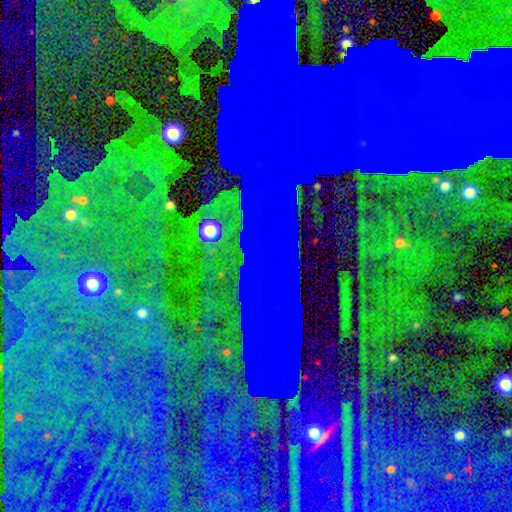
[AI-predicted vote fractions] Smooth or featured?
  - star or artifact: 85% *
  - featured or disk: 8%
  - smooth: 7%